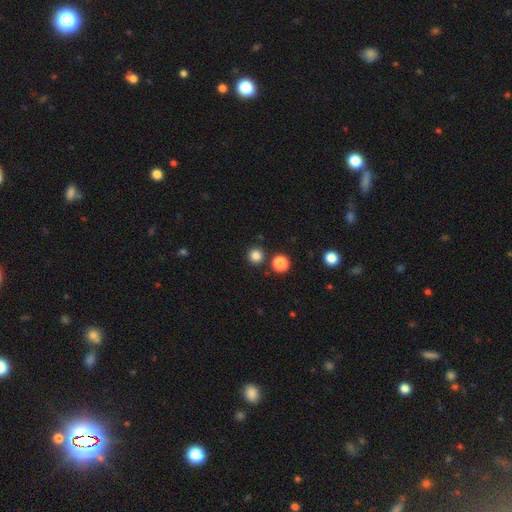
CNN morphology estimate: A smooth galaxy with no disk features (82%) that is round (95%).

Vote fractions:
- Smooth or featured? smooth: 82% / star or artifact: 14% / featured or disk: 4%
- How rounded? round: 95% / in between: 4% / cigar-shaped: 1%
- Merging? none: 87% / merger: 6% / minor disturbance: 5% / major disturbance: 2%